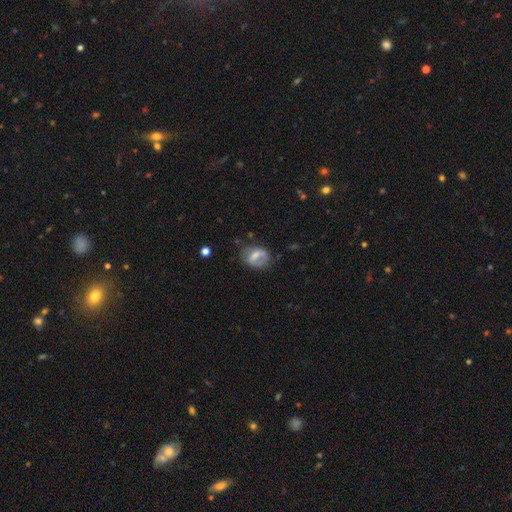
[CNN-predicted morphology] A smooth galaxy with no disk features (51%) that is in between round and cigar-shaped (64%). Merging: none (52%).